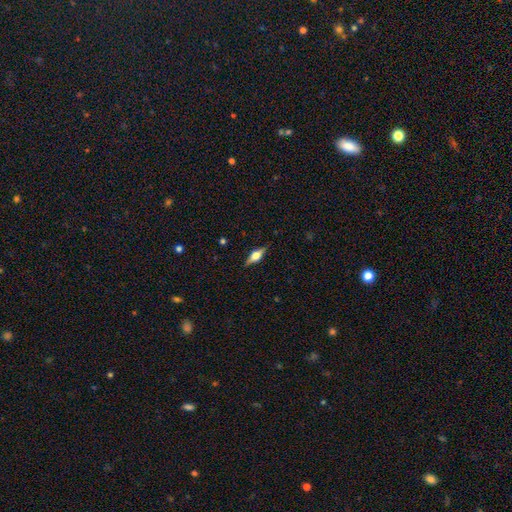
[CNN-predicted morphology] Smooth or featured?
  - featured or disk: 64% *
  - smooth: 28%
  - star or artifact: 7%
Edge-on disk?
  - yes: 96% *
  - no: 4%
Edge-on bulge?
  - rounded: 91% *
  - boxy: 8%
  - none: 1%
Merging?
  - none: 87% *
  - minor disturbance: 10%
  - major disturbance: 2%
  - merger: 1%